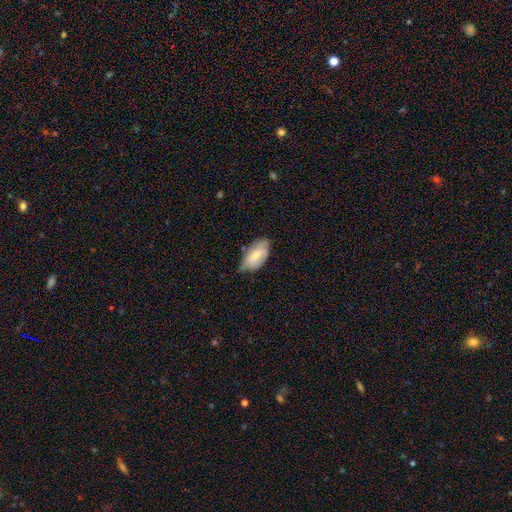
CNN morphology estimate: smooth_or_featured: smooth (p=0.62) [alt: featured or disk p=0.31]
how_rounded: in between (p=0.92) [alt: cigar-shaped p=0.04]
merging: none (p=0.51) [alt: minor disturbance p=0.39]